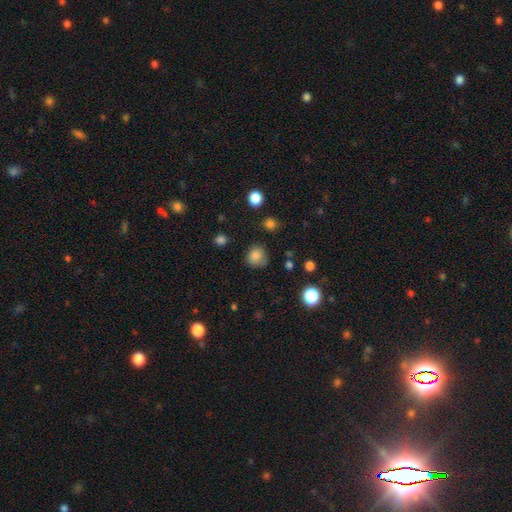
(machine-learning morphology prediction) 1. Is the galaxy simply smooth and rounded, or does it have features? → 83% smooth, 12% star or artifact, 5% featured or disk.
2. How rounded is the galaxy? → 87% round, 12% in between, 1% cigar-shaped.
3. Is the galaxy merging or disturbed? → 76% none, 17% minor disturbance, 4% major disturbance, 3% merger.